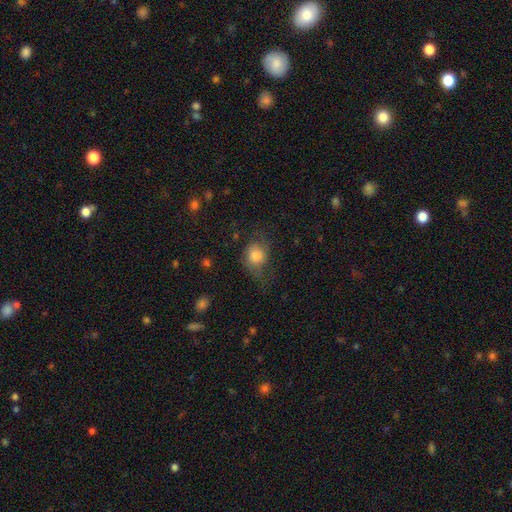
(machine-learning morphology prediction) The model was most divided on "merging": none: 48%, minor disturbance: 27%, major disturbance: 23%, merger: 2%. More confident: smooth or featured — smooth (73%); how rounded — round (64%).